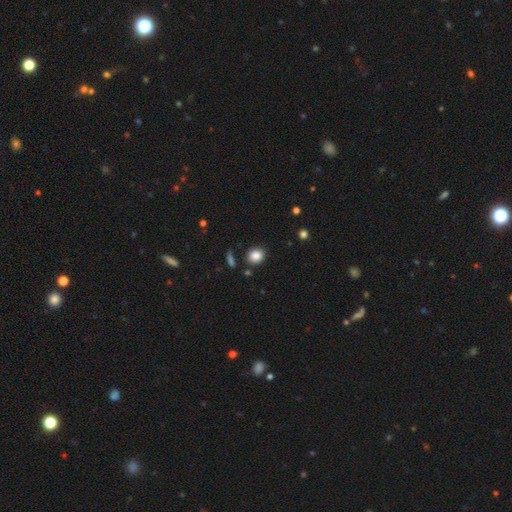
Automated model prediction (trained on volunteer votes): Smooth or featured?
  - smooth: 85% *
  - star or artifact: 10%
  - featured or disk: 5%
How rounded?
  - round: 72% *
  - in between: 27%
  - cigar-shaped: 1%
Merging?
  - none: 85% *
  - minor disturbance: 9%
  - merger: 4%
  - major disturbance: 3%